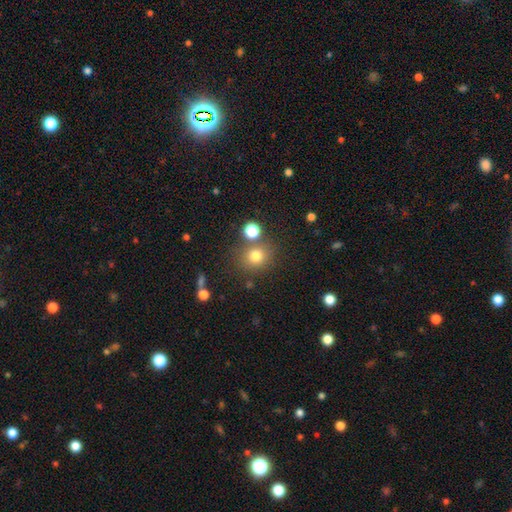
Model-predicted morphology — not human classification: smooth-or-featured: smooth: 77% | star or artifact: 15% | featured or disk: 8%
  how-rounded: round: 83% | in between: 16% | cigar-shaped: 1%
  merging: none: 75% | merger: 11% | minor disturbance: 10% | major disturbance: 4%